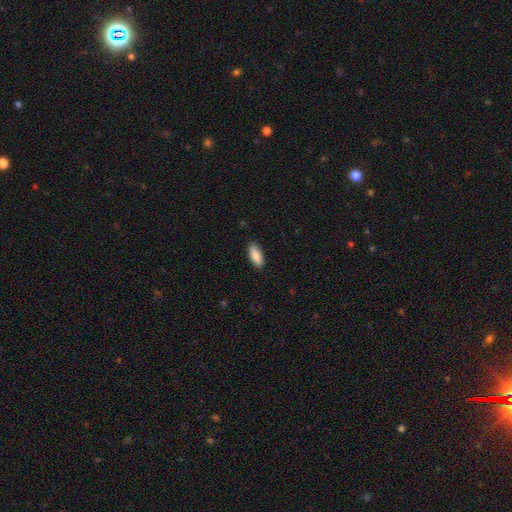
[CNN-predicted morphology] smooth-or-featured: smooth: 88% | featured or disk: 6% | star or artifact: 6%
  how-rounded: in between: 86% | cigar-shaped: 12% | round: 2%
  merging: none: 88% | minor disturbance: 9% | major disturbance: 2% | merger: 1%